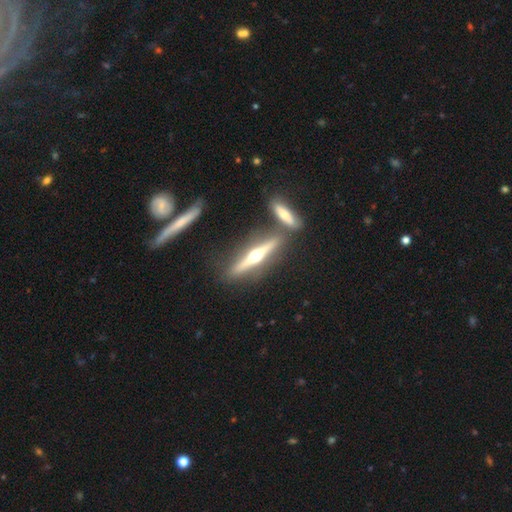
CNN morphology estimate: type=featured or disk (76%); edge-on=yes (96%); edge-on bulge=rounded (96%); merging=none (71%).